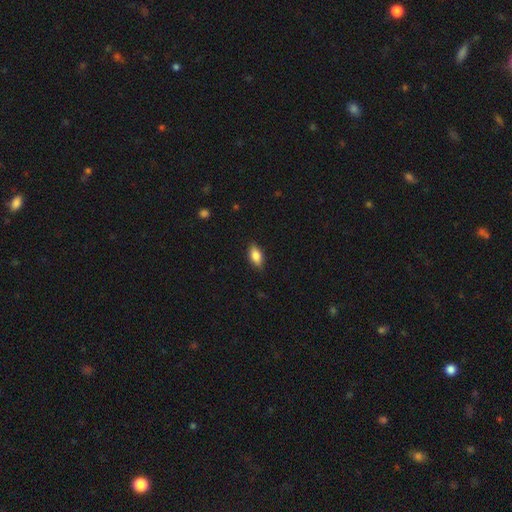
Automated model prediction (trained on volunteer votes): Smooth or featured: smooth — 82% (featured or disk — 11%)
How rounded: in between — 88% (cigar-shaped — 8%)
Merging: none — 86% (minor disturbance — 11%)